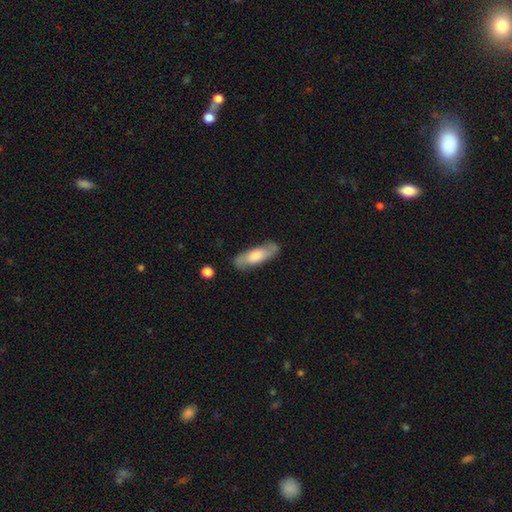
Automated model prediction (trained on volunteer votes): Smooth or featured?
  - featured or disk: 48% *
  - smooth: 44%
  - star or artifact: 7%
Merging?
  - none: 83% *
  - minor disturbance: 13%
  - major disturbance: 3%
  - merger: 2%